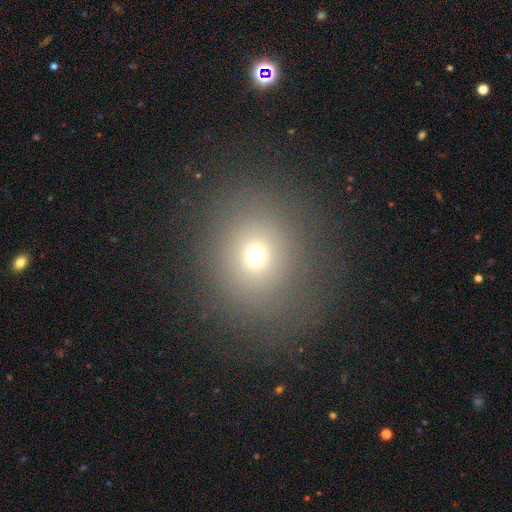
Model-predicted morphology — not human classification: This is likely a smooth galaxy (66%). How rounded: likely round (77%). Merging: likely none (80%).